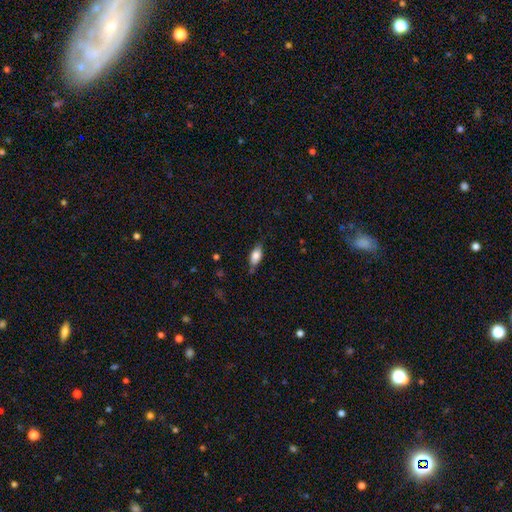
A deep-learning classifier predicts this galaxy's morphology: A smooth galaxy with no disk features (79%) that is in between round and cigar-shaped (84%).

Vote fractions:
- Smooth or featured? smooth: 79% / featured or disk: 14% / star or artifact: 7%
- How rounded? in between: 84% / cigar-shaped: 12% / round: 3%
- Merging? none: 71% / minor disturbance: 22% / major disturbance: 5% / merger: 2%